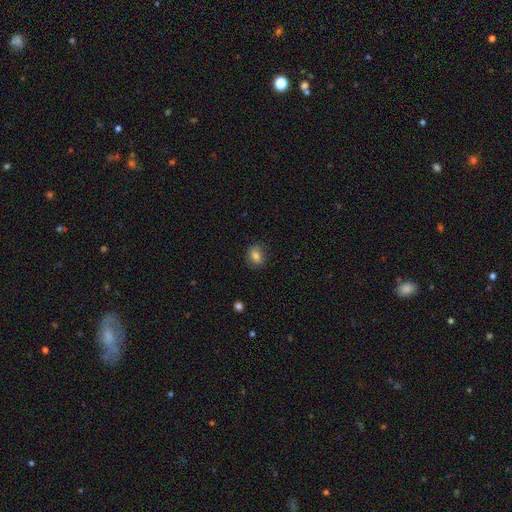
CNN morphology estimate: A smooth galaxy with no disk features (80%) that is in between round and cigar-shaped (63%). Merging: none (81%).